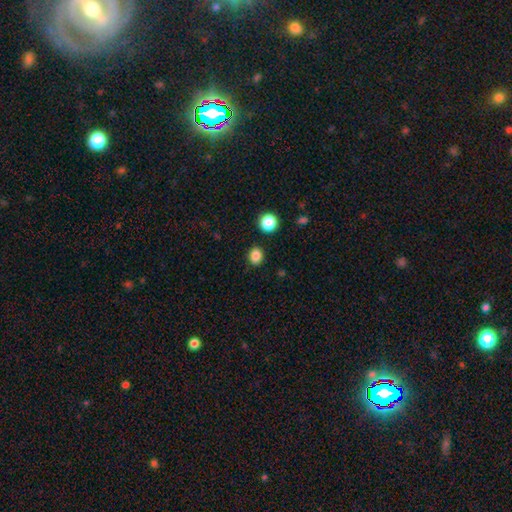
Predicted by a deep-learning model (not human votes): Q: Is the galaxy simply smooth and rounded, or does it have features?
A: smooth — 85%.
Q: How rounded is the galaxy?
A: round — 58%.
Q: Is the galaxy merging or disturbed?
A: none — 87%.